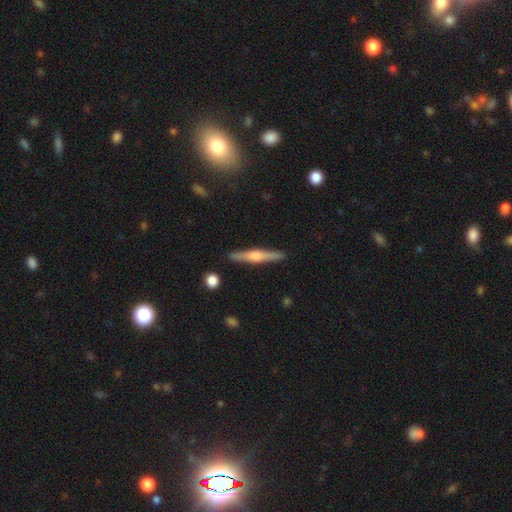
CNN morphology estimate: smooth_or_featured: featured or disk (p=0.71) [alt: smooth p=0.23]
disk_edge_on: yes (p=0.98) [alt: no p=0.02]
edge_on_bulge: rounded (p=0.84) [alt: boxy p=0.10]
merging: none (p=0.91) [alt: minor disturbance p=0.06]